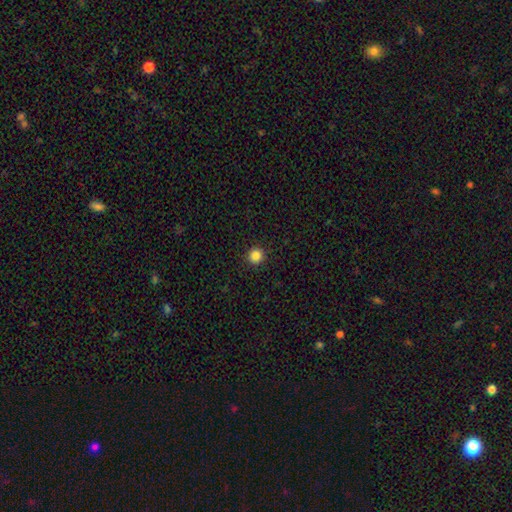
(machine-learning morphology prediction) smooth_or_featured: smooth (p=0.85) [alt: star or artifact p=0.11]
how_rounded: round (p=0.95) [alt: in between p=0.04]
merging: none (p=0.93) [alt: minor disturbance p=0.04]